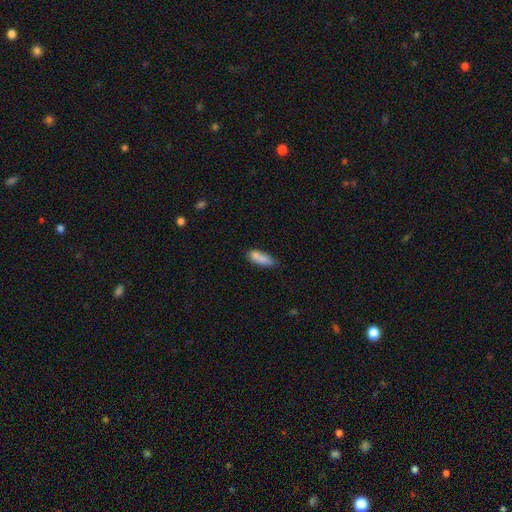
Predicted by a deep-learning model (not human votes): The model was most divided on "how rounded": in between: 50%, cigar-shaped: 45%, round: 5%. More confident: merging — none (81%); smooth or featured — smooth (67%).